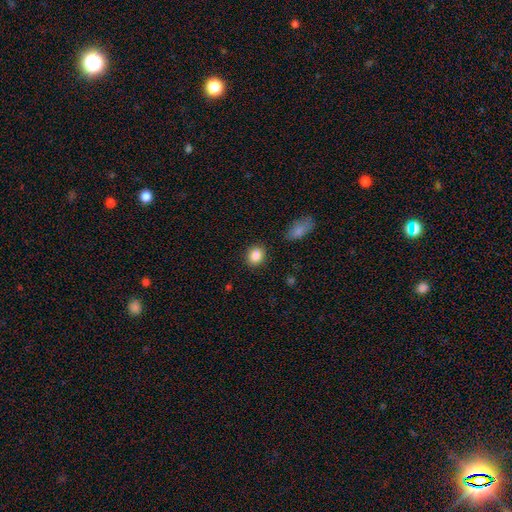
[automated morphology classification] Q: Smooth or featured?
A: smooth (86%); runner-up: star or artifact (9%)
Q: How rounded?
A: round (62%); runner-up: in between (36%)
Q: Merging?
A: none (88%); runner-up: minor disturbance (8%)